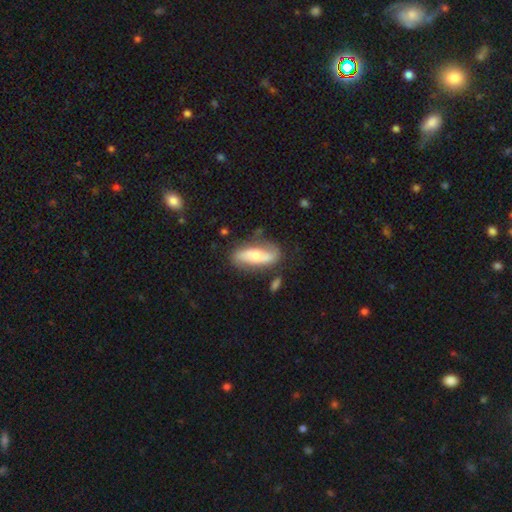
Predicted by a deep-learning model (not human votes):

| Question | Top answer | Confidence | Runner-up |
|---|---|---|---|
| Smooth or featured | featured or disk | 56% | smooth (39%) |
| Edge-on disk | no | 73% | yes (27%) |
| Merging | none | 74% | minor disturbance (17%) |